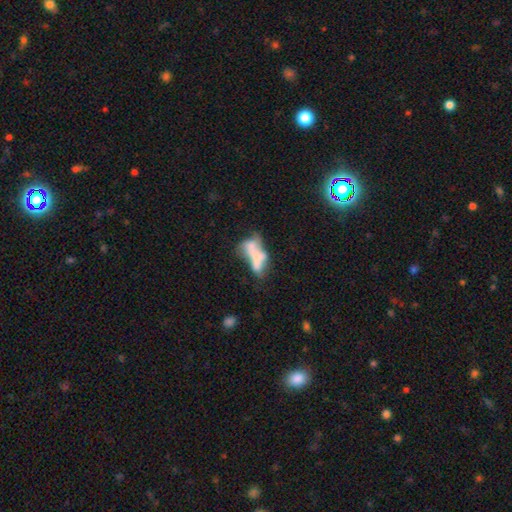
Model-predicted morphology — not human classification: Smooth or featured: featured or disk — 46% (smooth — 43%)
Merging: merger — 45% (major disturbance — 22%)